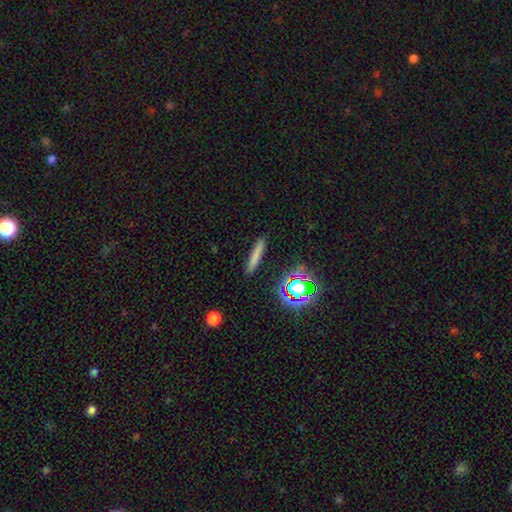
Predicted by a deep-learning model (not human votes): smooth-or-featured: smooth: 71% | featured or disk: 16% | star or artifact: 13%
  how-rounded: cigar-shaped: 90% | in between: 7% | round: 2%
  merging: none: 89% | minor disturbance: 8% | major disturbance: 2% | merger: 2%